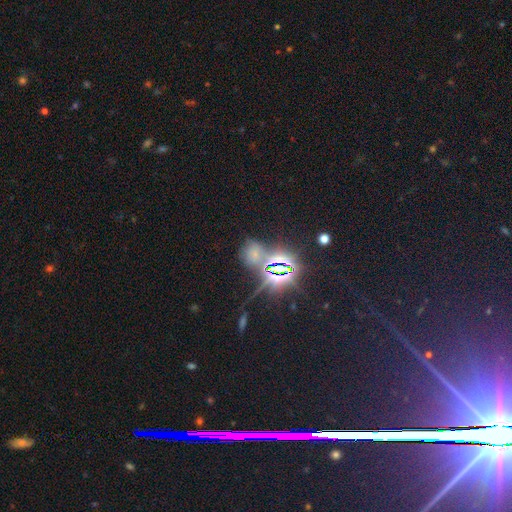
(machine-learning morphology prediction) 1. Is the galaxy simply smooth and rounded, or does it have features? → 68% star or artifact, 22% smooth, 11% featured or disk.